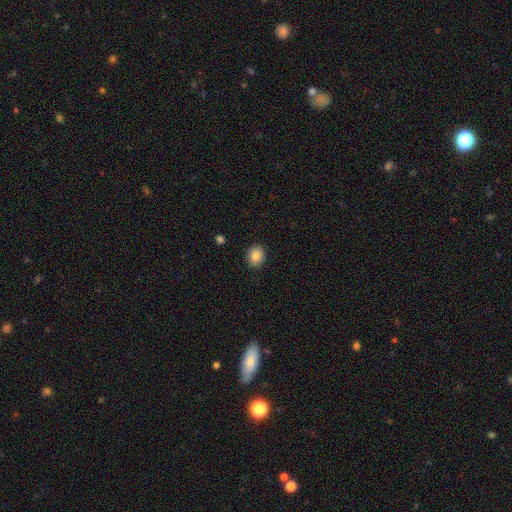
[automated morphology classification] Smooth or featured?
  - smooth: 86% *
  - star or artifact: 8%
  - featured or disk: 5%
How rounded?
  - round: 52% *
  - in between: 47%
  - cigar-shaped: 1%
Merging?
  - none: 90% *
  - minor disturbance: 7%
  - major disturbance: 2%
  - merger: 1%